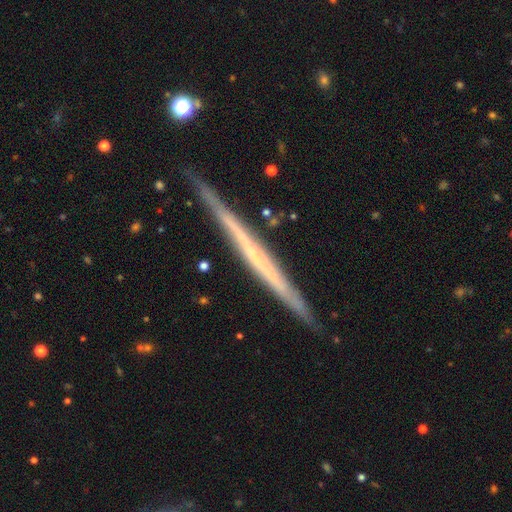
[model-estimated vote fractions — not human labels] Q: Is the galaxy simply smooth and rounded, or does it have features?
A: featured or disk — 70%.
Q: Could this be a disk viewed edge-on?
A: yes — 98%.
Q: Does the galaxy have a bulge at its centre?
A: none — 86%.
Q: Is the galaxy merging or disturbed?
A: none — 87%.